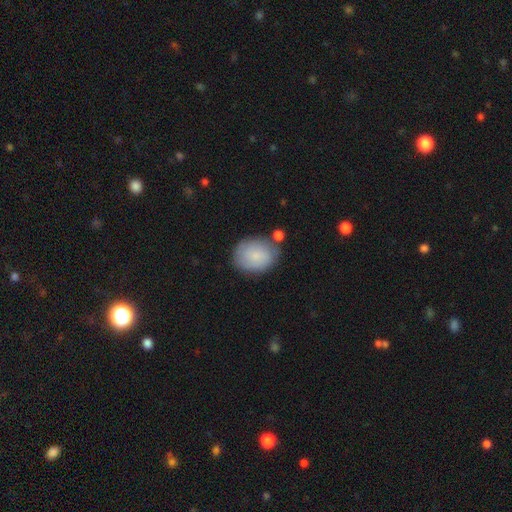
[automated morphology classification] Overall: smooth (76%). How rounded: in between (57%; round 41%). Merging: none (68%).